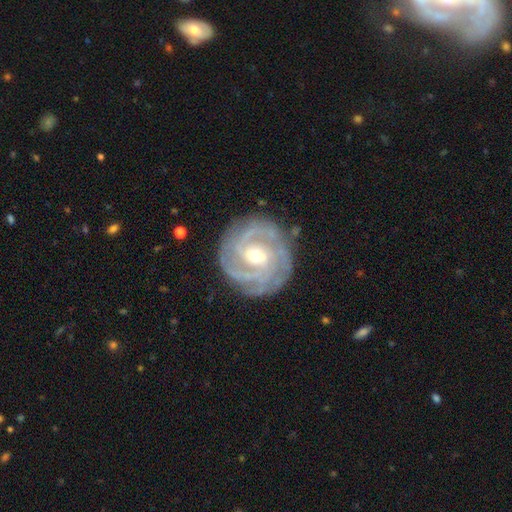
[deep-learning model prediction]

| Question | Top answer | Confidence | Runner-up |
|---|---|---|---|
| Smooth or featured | featured or disk | 88% | smooth (7%) |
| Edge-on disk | no | 97% | yes (3%) |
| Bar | no | 45% | weak (43%) |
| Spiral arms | yes | 96% | no (4%) |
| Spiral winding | tight | 66% | medium (28%) |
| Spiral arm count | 3 | 29% | 2 (24%) |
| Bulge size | moderate | 59% | small (37%) |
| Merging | none | 82% | minor disturbance (12%) |